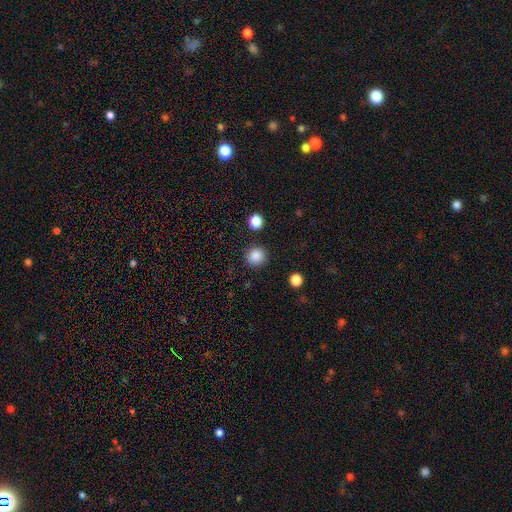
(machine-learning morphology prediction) Smooth or featured: smooth — 86% (star or artifact — 10%)
How rounded: round — 94% (in between — 5%)
Merging: none — 90% (minor disturbance — 5%)